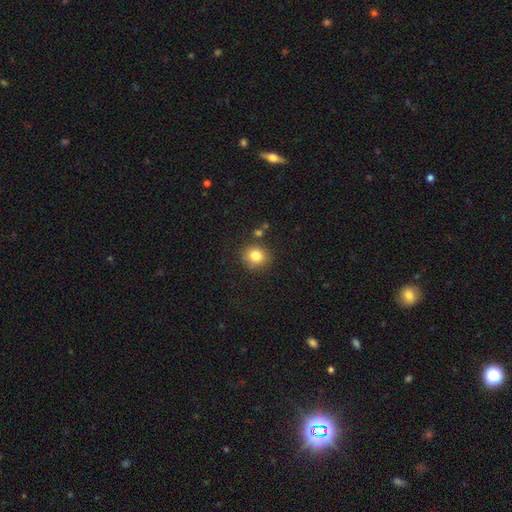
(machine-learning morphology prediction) This appears to be a smooth galaxy with no disk features (81%) that is round (84%). Merging: none (82%).